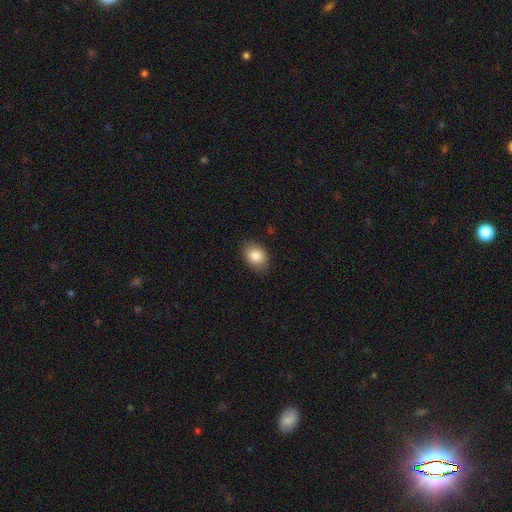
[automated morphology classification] Smooth or featured: smooth — 85% (star or artifact — 8%)
How rounded: in between — 71% (round — 28%)
Merging: none — 84% (minor disturbance — 12%)